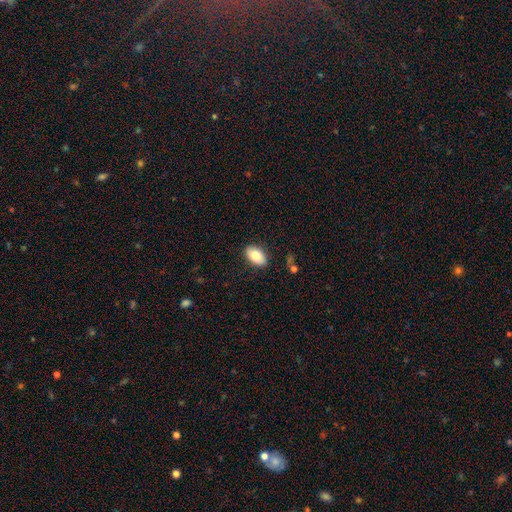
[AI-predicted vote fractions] Smooth or featured?
  - smooth: 81% *
  - featured or disk: 12%
  - star or artifact: 7%
How rounded?
  - in between: 91% *
  - round: 8%
  - cigar-shaped: 1%
Merging?
  - none: 88% *
  - minor disturbance: 9%
  - major disturbance: 2%
  - merger: 1%